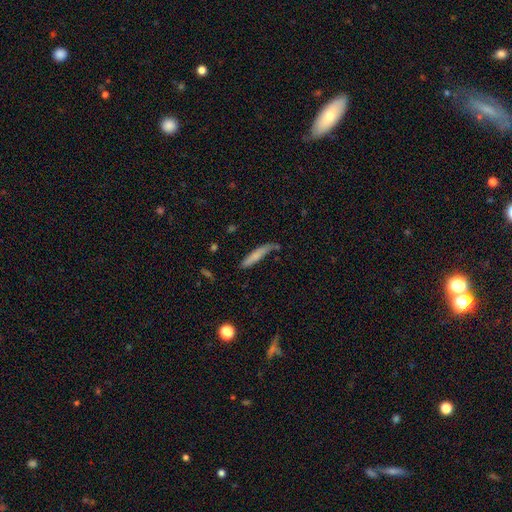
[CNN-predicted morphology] Smooth or featured? smooth (71%)
How rounded? cigar-shaped (90%)
Merging? none (65%)